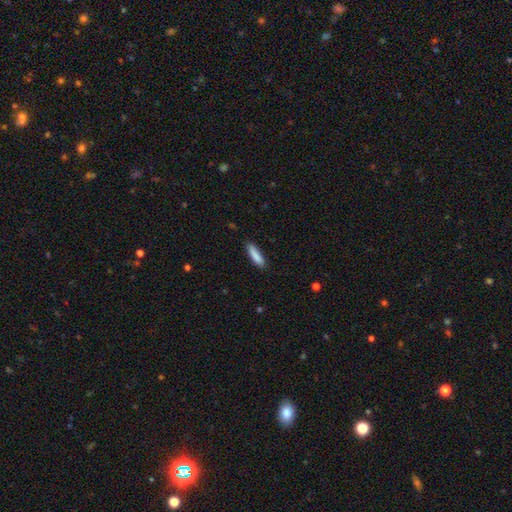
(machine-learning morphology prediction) A smooth galaxy with no disk features (87%) that is cigar-shaped (72%). Merging: none (84%).